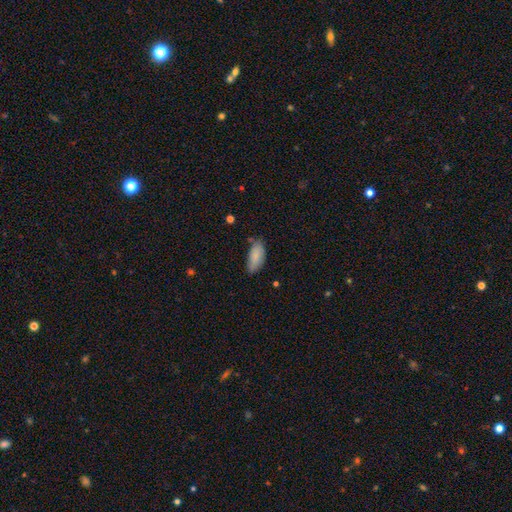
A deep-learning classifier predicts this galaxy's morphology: A smooth galaxy with no disk features (86%) that is in between round and cigar-shaped (89%). Merging: none (64%).